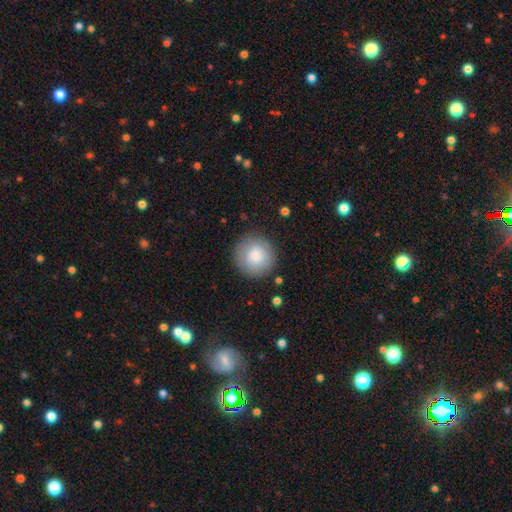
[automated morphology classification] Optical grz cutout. It shows a smooth galaxy with no disk features (82%) that is round (96%). Merging: none (87%).